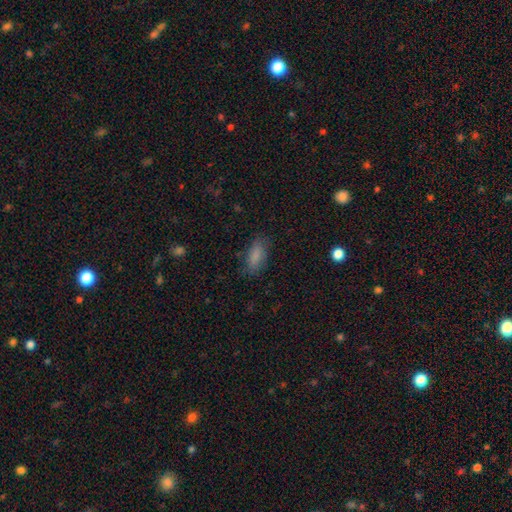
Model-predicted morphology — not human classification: Smooth or featured?
  - smooth: 83% *
  - featured or disk: 9%
  - star or artifact: 8%
How rounded?
  - in between: 84% *
  - cigar-shaped: 13%
  - round: 3%
Merging?
  - none: 78% *
  - minor disturbance: 16%
  - major disturbance: 5%
  - merger: 1%